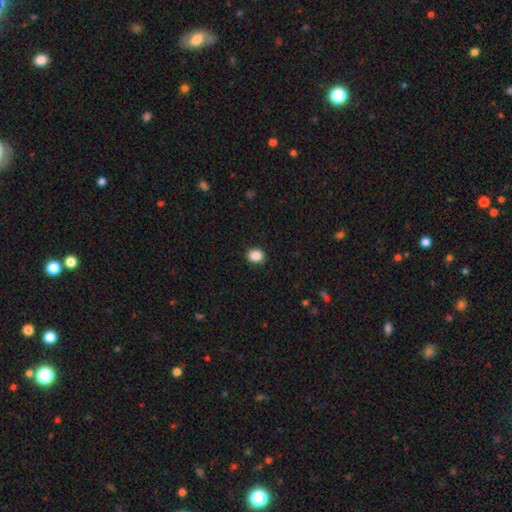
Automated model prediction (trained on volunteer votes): Smooth or featured? Predicted: smooth (p=0.88). How rounded? Predicted: round (p=0.63). Merging? Predicted: none (p=0.91).